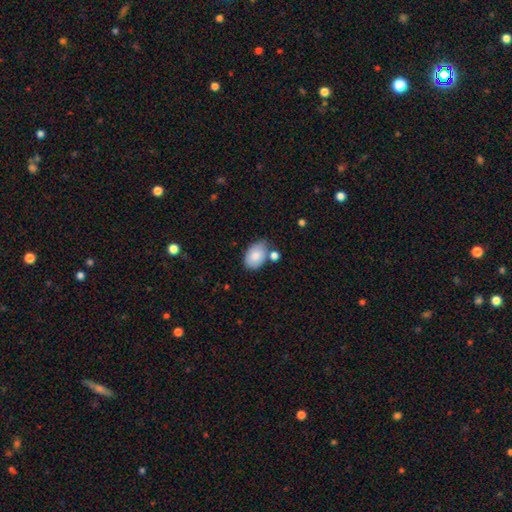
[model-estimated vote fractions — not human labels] A smooth galaxy with no disk features (80%) that is in between round and cigar-shaped (85%).

Vote fractions:
- Smooth or featured? smooth: 80% / featured or disk: 13% / star or artifact: 7%
- How rounded? in between: 85% / round: 13% / cigar-shaped: 1%
- Merging? none: 55% / minor disturbance: 24% / merger: 15% / major disturbance: 6%